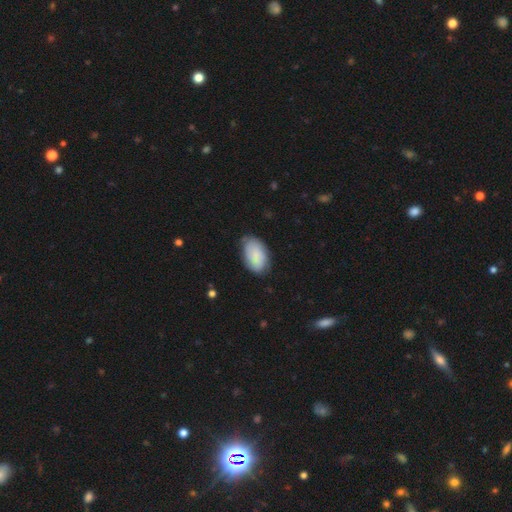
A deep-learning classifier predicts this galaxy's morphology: smooth_or_featured: smooth (p=0.73) [alt: featured or disk p=0.20]
how_rounded: in between (p=0.93) [alt: round p=0.05]
merging: none (p=0.69) [alt: minor disturbance p=0.24]